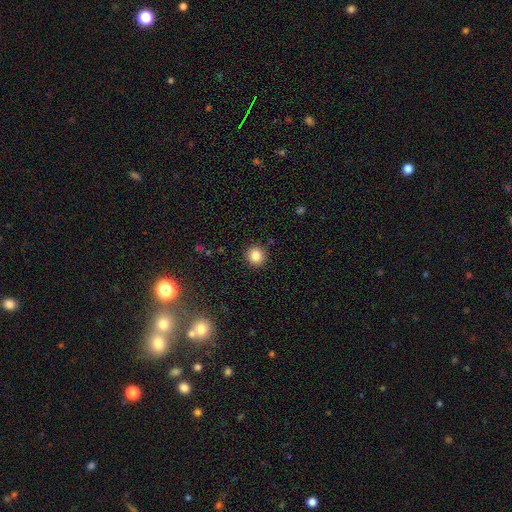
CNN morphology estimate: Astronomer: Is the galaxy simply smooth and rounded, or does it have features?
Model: smooth — 85%.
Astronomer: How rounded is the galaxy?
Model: round — 93%.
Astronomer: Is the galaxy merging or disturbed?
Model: none — 91%.